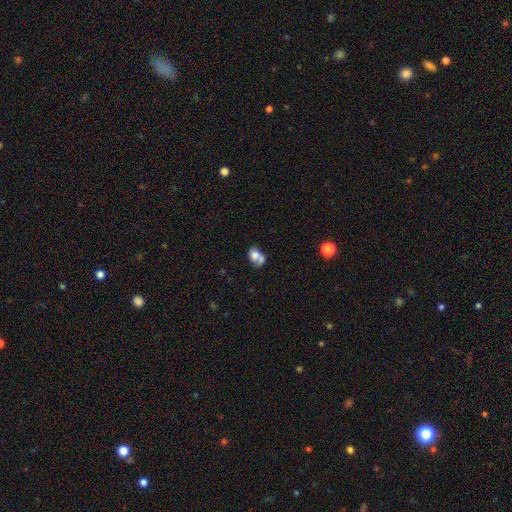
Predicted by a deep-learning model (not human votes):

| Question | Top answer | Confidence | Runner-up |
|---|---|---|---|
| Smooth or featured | smooth | 66% | featured or disk (24%) |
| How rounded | in between | 60% | round (39%) |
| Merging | merger | 57% | none (22%) |